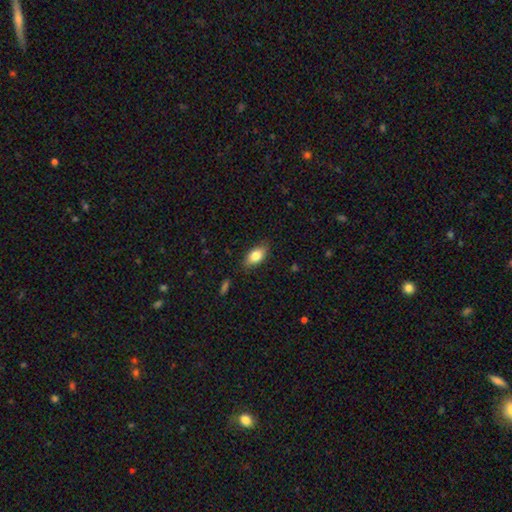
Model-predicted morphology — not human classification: This appears to be a smooth galaxy with no disk features (80%) that is in between round and cigar-shaped (88%). Merging: none (83%).